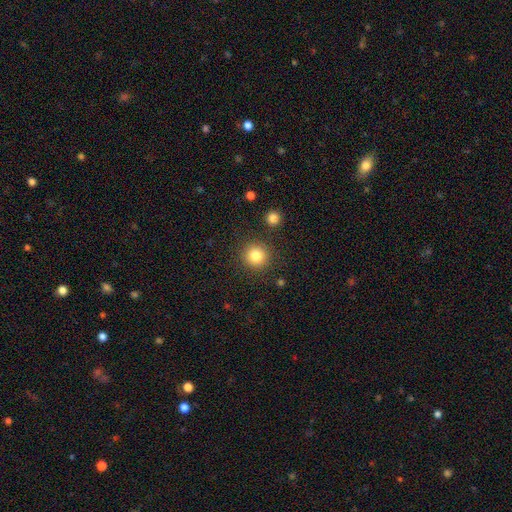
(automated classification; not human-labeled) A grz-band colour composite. It shows a smooth galaxy with no disk features (83%) that is round (94%). Merging: none (88%).